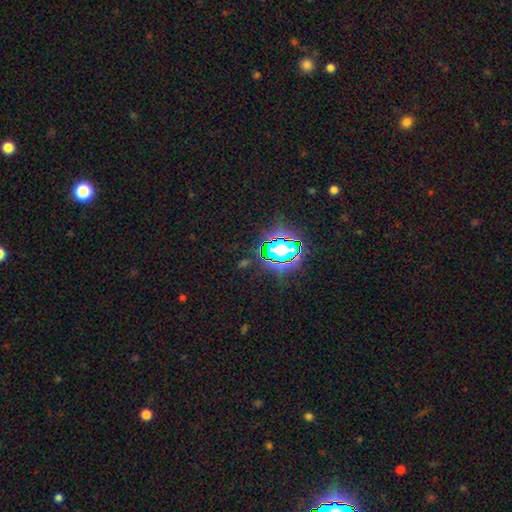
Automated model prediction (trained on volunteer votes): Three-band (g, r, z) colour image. It shows a star or artifact, not a galaxy (83%).